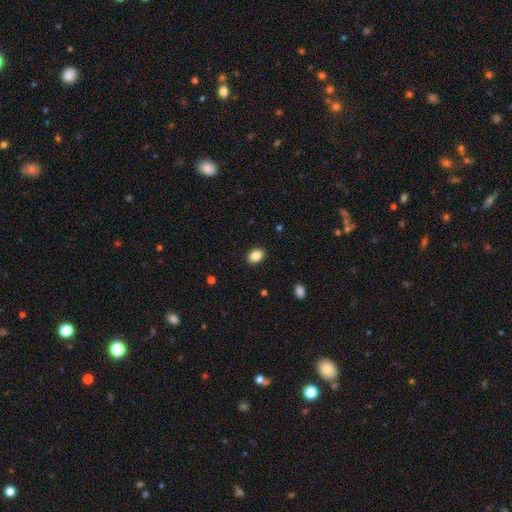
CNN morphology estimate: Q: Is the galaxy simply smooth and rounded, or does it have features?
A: smooth — 87%.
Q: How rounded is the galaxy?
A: in between — 78%.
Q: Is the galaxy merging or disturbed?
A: none — 89%.